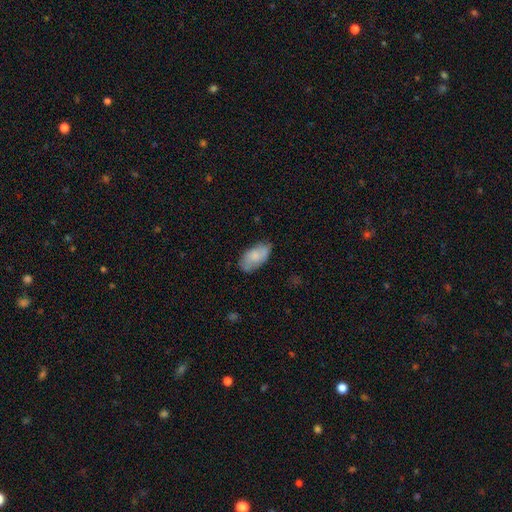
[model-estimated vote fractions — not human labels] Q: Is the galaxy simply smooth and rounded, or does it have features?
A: smooth — 72%.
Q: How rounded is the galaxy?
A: in between — 93%.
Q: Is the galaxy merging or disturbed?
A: none — 71%.